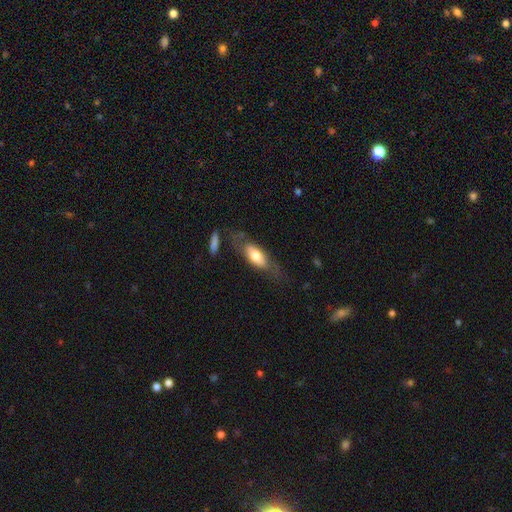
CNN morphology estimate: smooth 63%, featured or disk 31%, star or artifact 6%. Down the decision tree: how rounded — in between (74%); merging — none (57%).